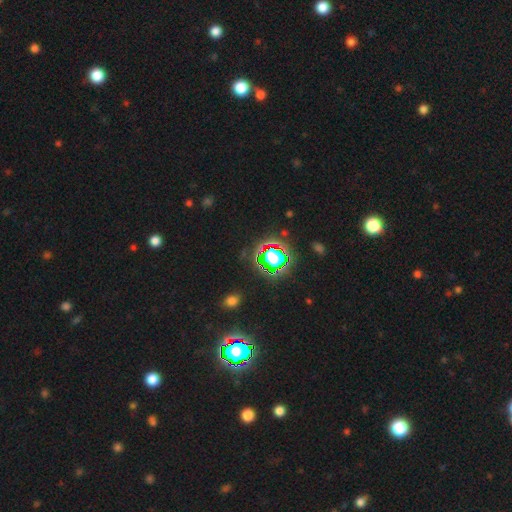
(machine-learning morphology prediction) This appears to be a star or artifact, not a galaxy (81%).